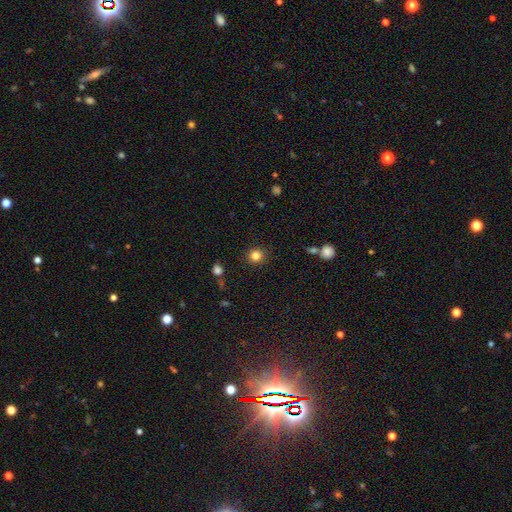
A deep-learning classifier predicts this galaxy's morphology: type=smooth (83%); roundness=round (90%); merging=none (89%).